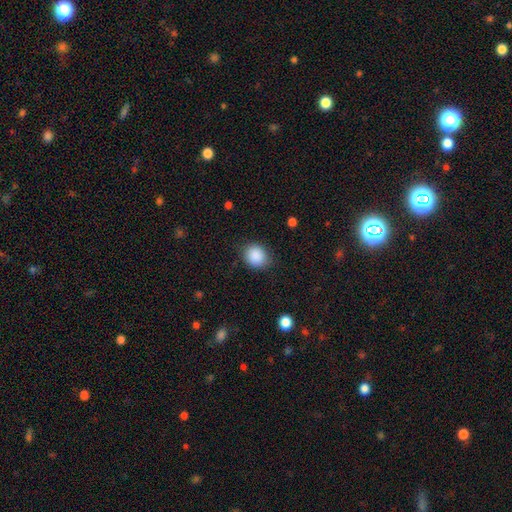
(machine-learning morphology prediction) Q: Smooth or featured?
A: smooth (89%); runner-up: star or artifact (8%)
Q: How rounded?
A: round (68%); runner-up: in between (31%)
Q: Merging?
A: none (82%); runner-up: minor disturbance (13%)